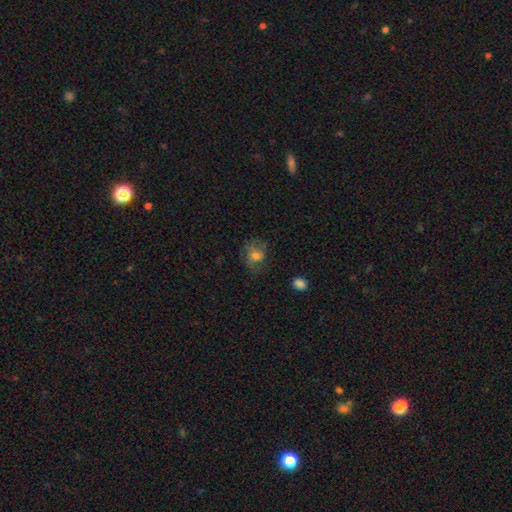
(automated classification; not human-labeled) Smooth or featured: smooth — 65% (featured or disk — 24%)
How rounded: round — 57% (in between — 42%)
Merging: none — 53% (minor disturbance — 25%)